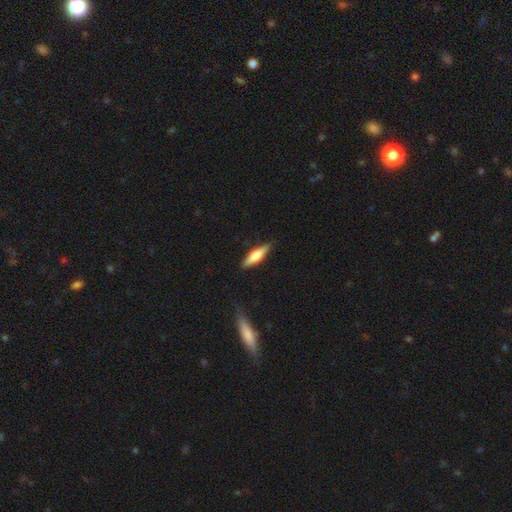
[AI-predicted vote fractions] A smooth galaxy with no disk features (58%) that is cigar-shaped (67%).

Vote fractions:
- Smooth or featured? smooth: 58% / featured or disk: 36% / star or artifact: 6%
- How rounded? cigar-shaped: 67% / in between: 31% / round: 2%
- Merging? none: 87% / minor disturbance: 10% / major disturbance: 2% / merger: 1%